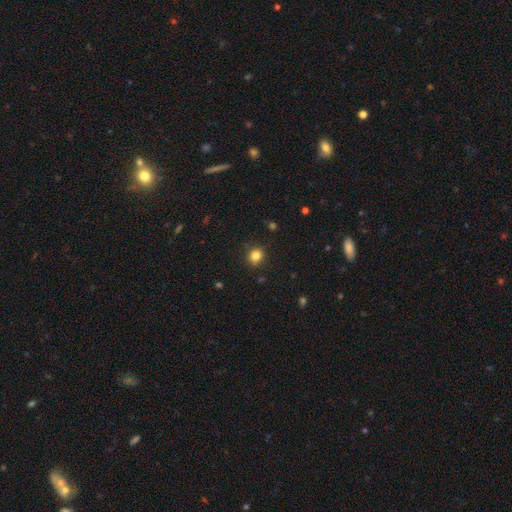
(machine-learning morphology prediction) A smooth galaxy with no disk features (82%) that is round (81%).

Vote fractions:
- Smooth or featured? smooth: 82% / star or artifact: 12% / featured or disk: 5%
- How rounded? round: 81% / in between: 18% / cigar-shaped: 1%
- Merging? none: 88% / minor disturbance: 9% / major disturbance: 2% / merger: 1%